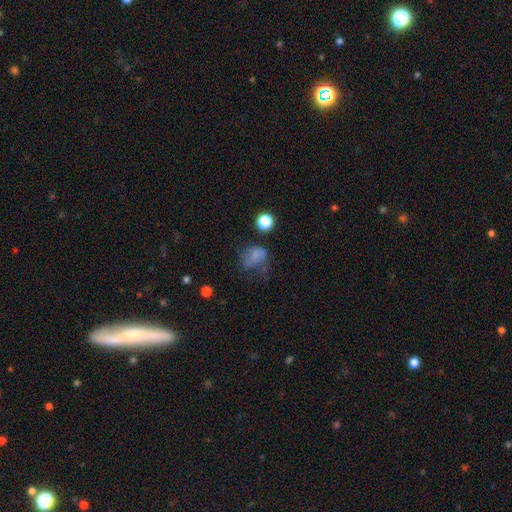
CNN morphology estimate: Smooth or featured? Predicted: smooth (p=0.66). How rounded? Predicted: in between (p=0.53). Merging? Predicted: none (p=0.40).